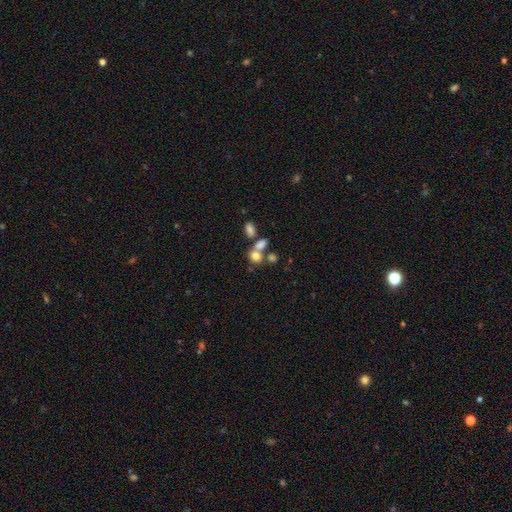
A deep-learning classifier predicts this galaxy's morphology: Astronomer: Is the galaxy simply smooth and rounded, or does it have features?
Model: smooth — 74%.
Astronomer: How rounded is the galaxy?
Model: round — 62% (runner-up: in between, 37%).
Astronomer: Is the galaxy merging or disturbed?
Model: merger — 45% (runner-up: none, 40%).